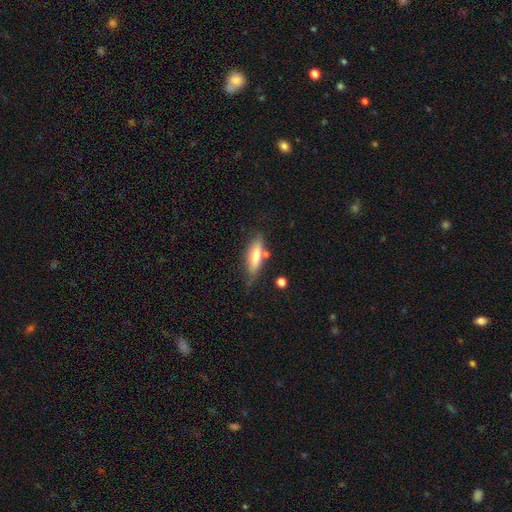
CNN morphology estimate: Smooth or featured?
  - smooth: 61% *
  - featured or disk: 32%
  - star or artifact: 7%
How rounded?
  - cigar-shaped: 59% *
  - in between: 39%
  - round: 2%
Merging?
  - none: 67% *
  - minor disturbance: 21%
  - merger: 7%
  - major disturbance: 5%